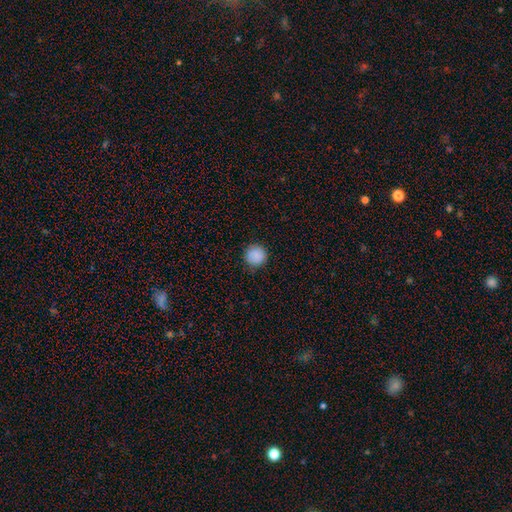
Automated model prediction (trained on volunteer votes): A smooth galaxy with no disk features (89%) that is round (95%). Merging: none (89%).